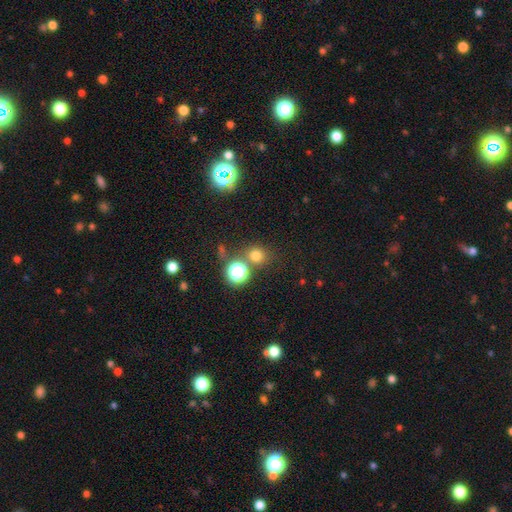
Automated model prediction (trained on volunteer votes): Smooth or featured?
  - smooth: 70% *
  - star or artifact: 24%
  - featured or disk: 6%
How rounded?
  - round: 87% *
  - in between: 12%
  - cigar-shaped: 1%
Merging?
  - none: 76% *
  - merger: 12%
  - minor disturbance: 8%
  - major disturbance: 4%